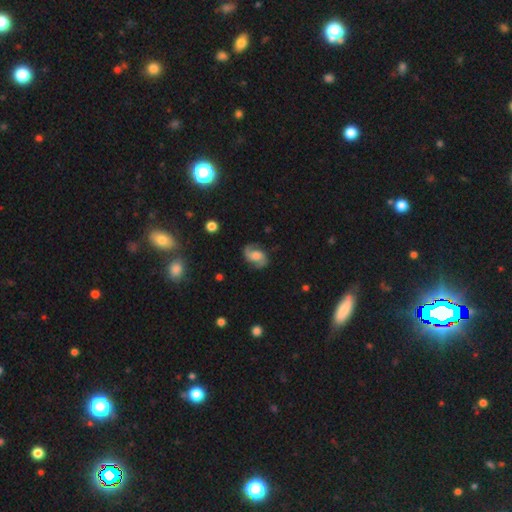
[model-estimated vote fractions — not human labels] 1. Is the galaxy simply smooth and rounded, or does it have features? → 77% featured or disk, 16% smooth, 7% star or artifact.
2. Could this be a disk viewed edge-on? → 97% no, 3% yes.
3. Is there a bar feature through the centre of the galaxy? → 51% no, 40% weak, 9% strong.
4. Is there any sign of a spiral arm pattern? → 95% yes, 5% no.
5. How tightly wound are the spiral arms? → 48% medium, 36% loose, 16% tight.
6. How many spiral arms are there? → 91% 2, 3% can't tell, 2% 1, 1% 3, 1% 4, 1% more than 4.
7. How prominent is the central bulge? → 38% moderate, 27% large, 17% small, 15% none, 3% dominant.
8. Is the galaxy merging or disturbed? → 78% none, 15% minor disturbance, 6% major disturbance, 1% merger.